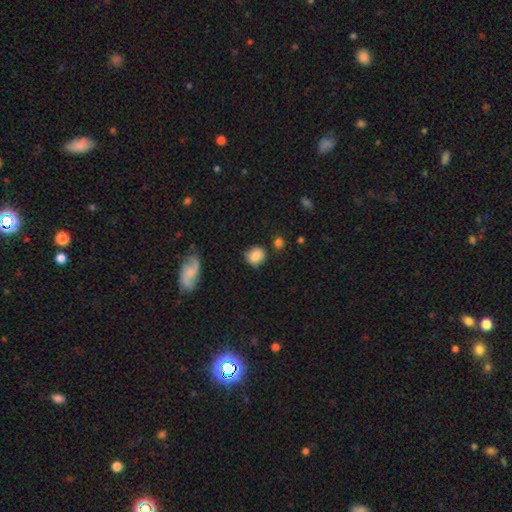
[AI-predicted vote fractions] smooth 81%, featured or disk 10%, star or artifact 8%. Down the decision tree: how rounded — round (75%); merging — none (74%).